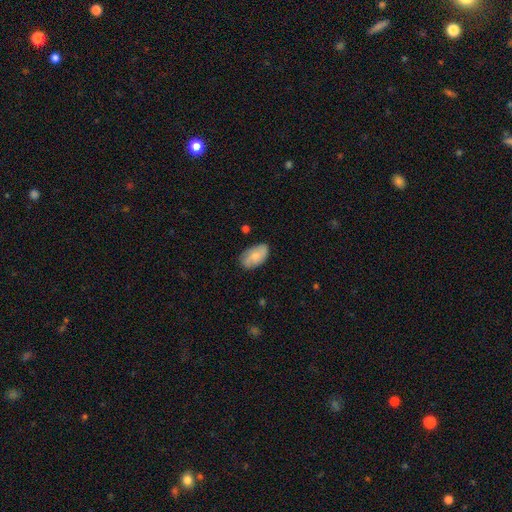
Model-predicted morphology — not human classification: smooth_or_featured: smooth (p=0.64) [alt: featured or disk p=0.29]
how_rounded: in between (p=0.92) [alt: round p=0.06]
merging: none (p=0.74) [alt: minor disturbance p=0.20]